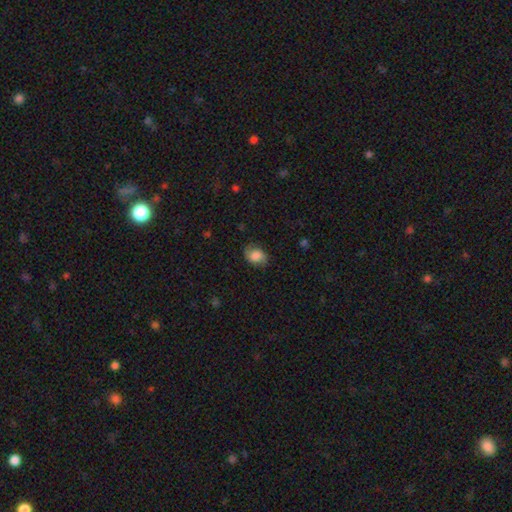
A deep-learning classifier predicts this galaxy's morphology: smooth 76%, featured or disk 15%, star or artifact 9%. Down the decision tree: how rounded — in between (68%); merging — none (75%).